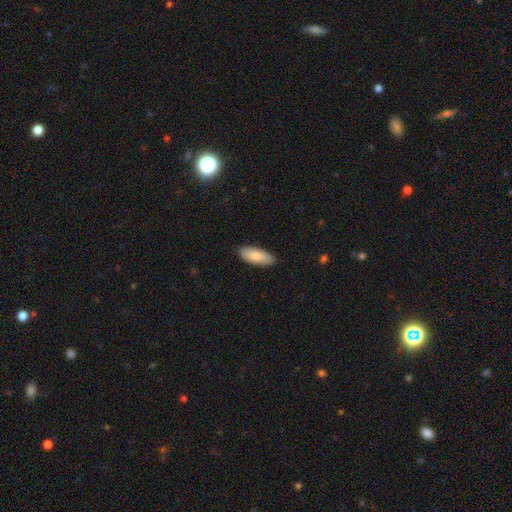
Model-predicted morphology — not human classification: smooth-or-featured: smooth: 87% | featured or disk: 8% | star or artifact: 5%
  how-rounded: in between: 76% | cigar-shaped: 22% | round: 2%
  merging: none: 88% | minor disturbance: 9% | major disturbance: 2% | merger: 1%